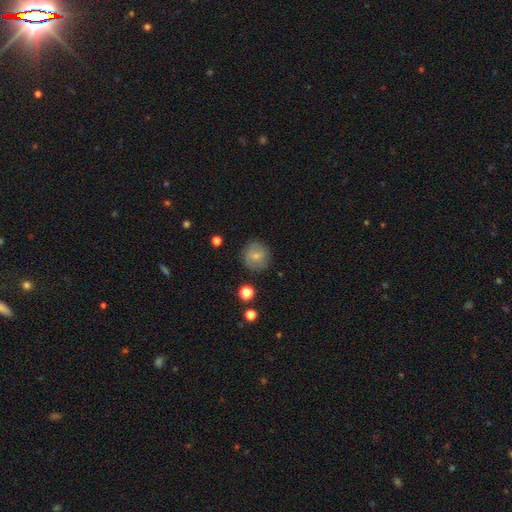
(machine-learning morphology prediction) Overall: smooth (73%). How rounded: round (92%). Merging: none (84%).